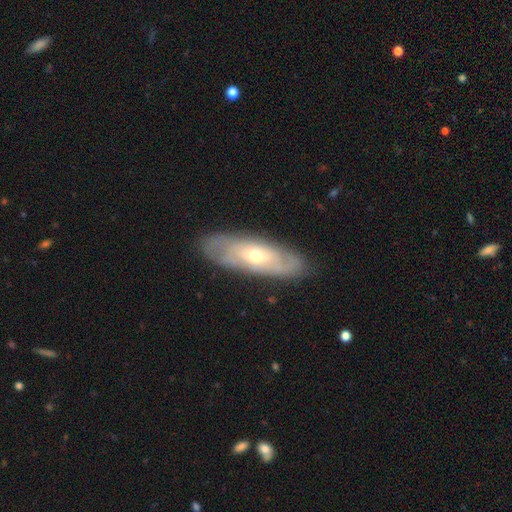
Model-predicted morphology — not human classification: Smooth or featured: featured or disk — 67% (smooth — 26%)
Edge-on disk: no — 78% (yes — 22%)
Bar: no — 73% (weak — 22%)
Spiral arms: yes — 70% (no — 30%)
Bulge size: moderate — 52% (small — 43%)
Merging: none — 84% (minor disturbance — 12%)